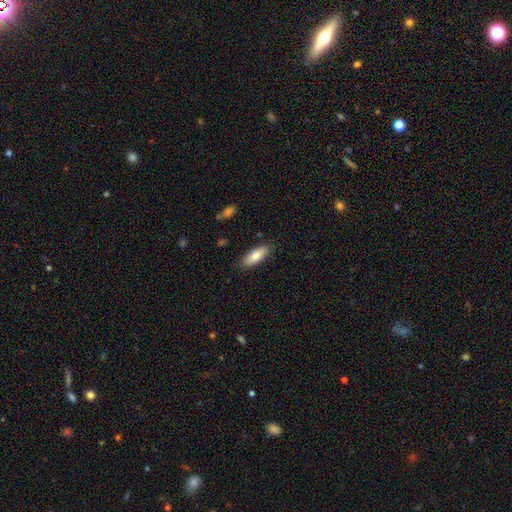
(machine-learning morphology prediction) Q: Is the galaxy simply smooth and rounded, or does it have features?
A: smooth — 78%.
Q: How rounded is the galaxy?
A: in between — 70%.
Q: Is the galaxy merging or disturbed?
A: none — 86%.